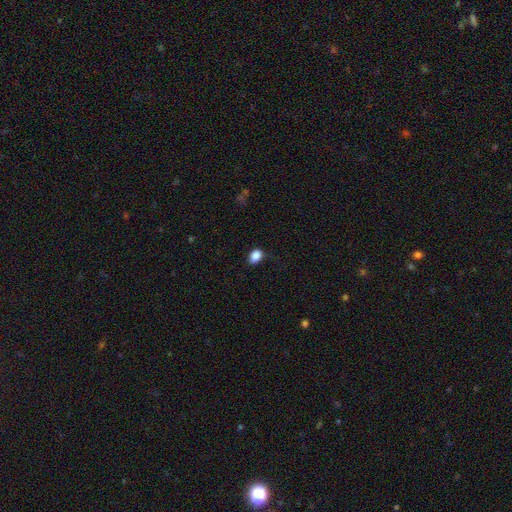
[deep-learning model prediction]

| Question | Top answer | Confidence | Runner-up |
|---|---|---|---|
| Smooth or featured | smooth | 87% | star or artifact (9%) |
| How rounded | in between | 71% | round (28%) |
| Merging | none | 71% | minor disturbance (23%) |